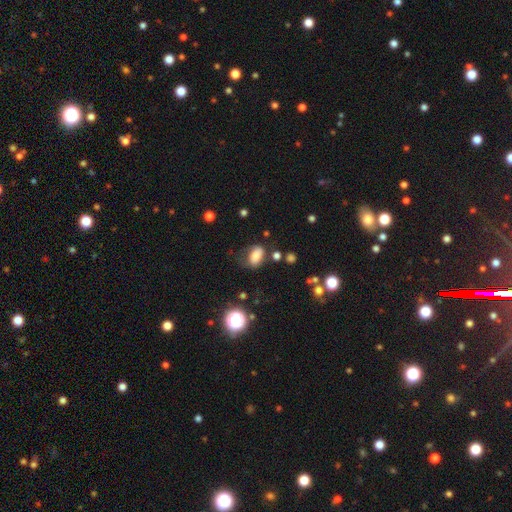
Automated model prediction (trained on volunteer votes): smooth_or_featured: smooth (p=0.73) [alt: featured or disk p=0.15]
how_rounded: in between (p=0.83) [alt: round p=0.15]
merging: none (p=0.51) [alt: minor disturbance p=0.27]